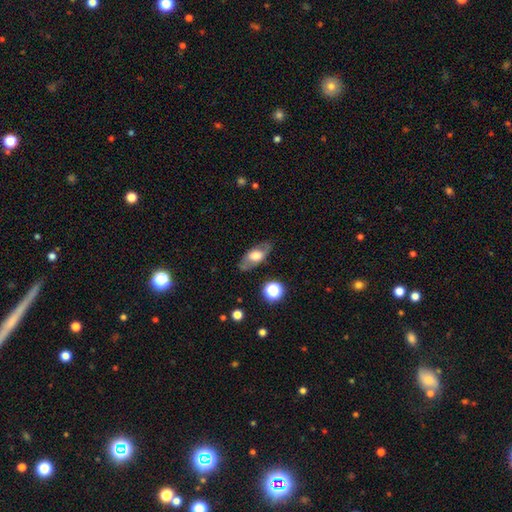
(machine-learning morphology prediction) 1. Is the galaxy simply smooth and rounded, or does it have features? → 48% featured or disk, 44% smooth, 8% star or artifact.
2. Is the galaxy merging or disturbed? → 78% none, 15% minor disturbance, 5% major disturbance, 2% merger.